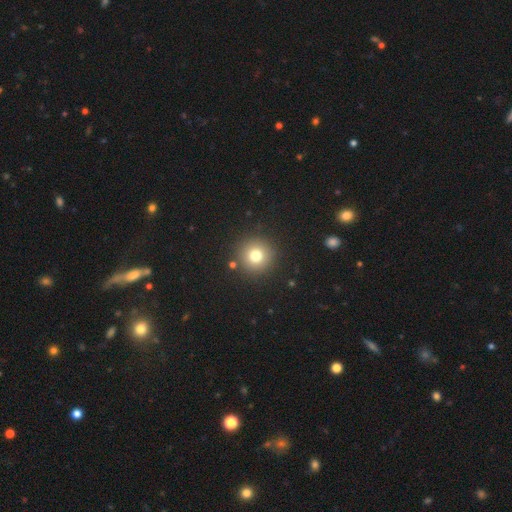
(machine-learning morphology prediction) This appears to be a smooth galaxy with no disk features (77%) that is round (96%). Merging: none (90%).